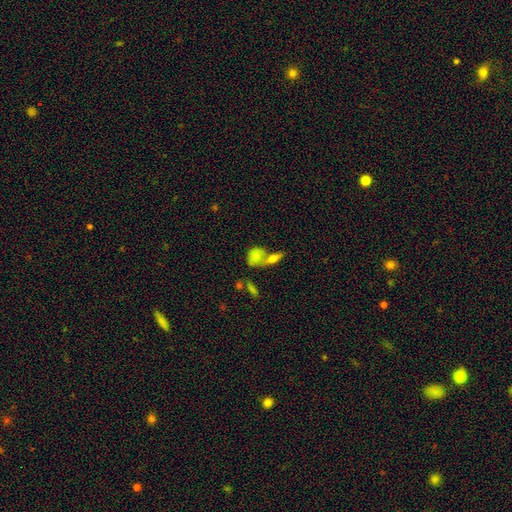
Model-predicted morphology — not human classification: This appears to be a smooth galaxy with no disk features (72%) that is in between round and cigar-shaped (54%). Merging: merger (48%).